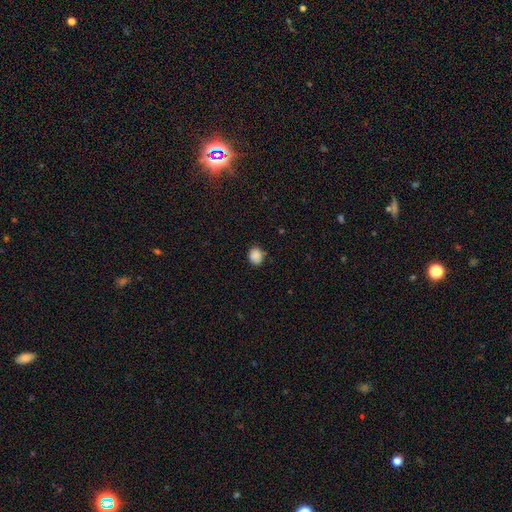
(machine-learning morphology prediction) type=smooth (87%); roundness=round (65%); merging=none (78%).